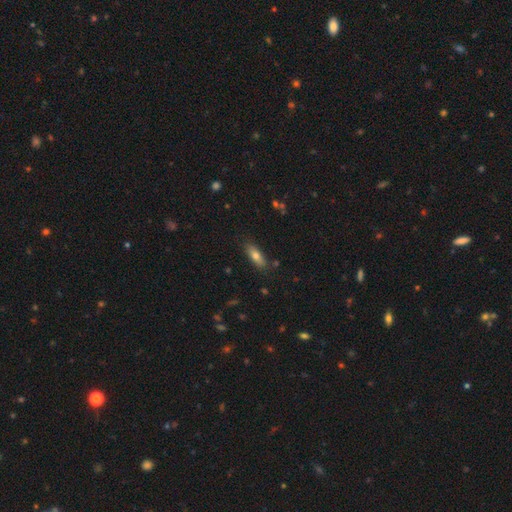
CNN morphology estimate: type=smooth (71%); roundness=in between (61%); merging=none (82%).